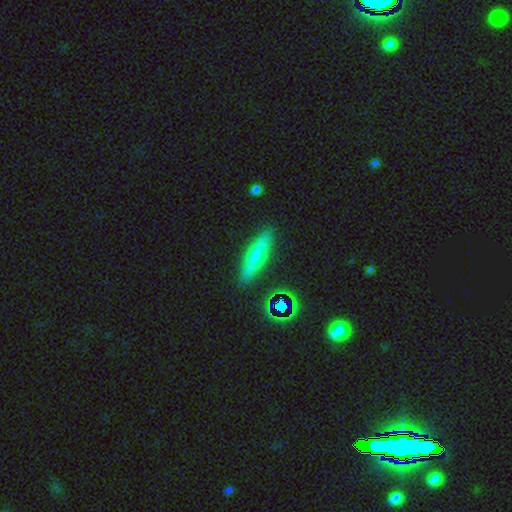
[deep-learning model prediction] smooth 60%, featured or disk 28%, star or artifact 11%. Down the decision tree: how rounded — cigar-shaped (80%); merging — none (87%).